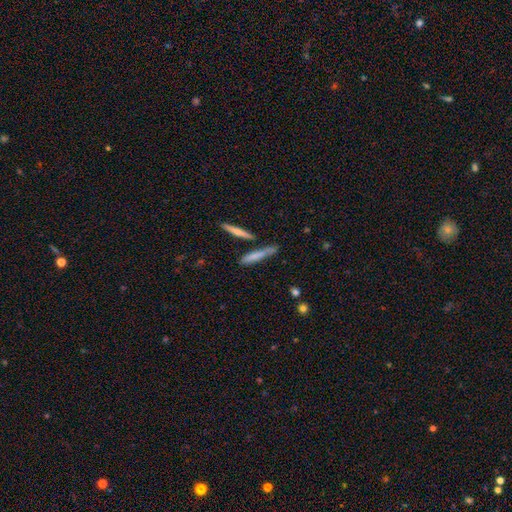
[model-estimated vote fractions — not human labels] Smooth or featured? Predicted: smooth (p=0.62). How rounded? Predicted: cigar-shaped (p=0.90). Merging? Predicted: none (p=0.68).